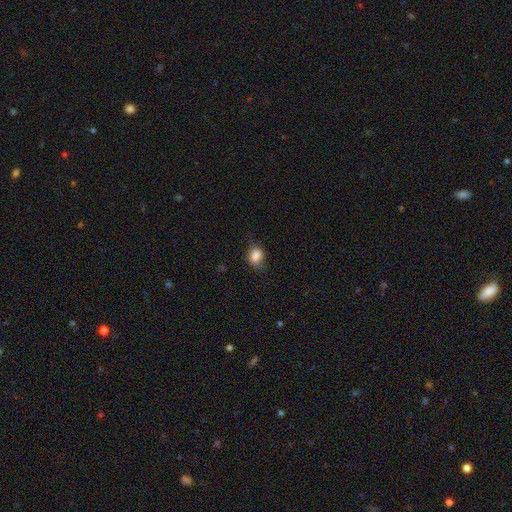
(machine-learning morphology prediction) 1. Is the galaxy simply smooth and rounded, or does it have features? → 83% smooth, 10% star or artifact, 7% featured or disk.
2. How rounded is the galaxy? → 57% in between, 42% round, 1% cigar-shaped.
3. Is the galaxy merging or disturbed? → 66% none, 26% minor disturbance, 7% major disturbance, 1% merger.